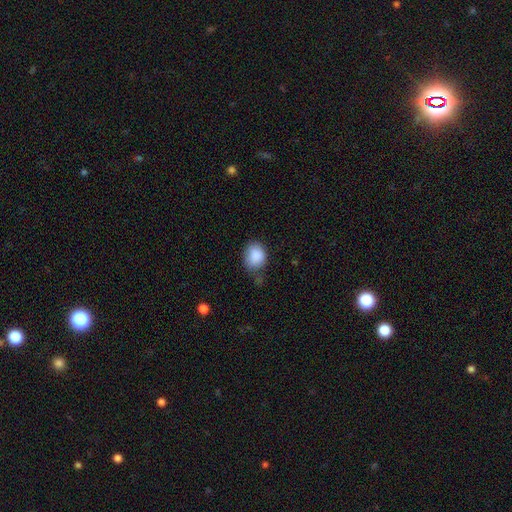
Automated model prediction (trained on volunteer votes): Smooth or featured? Predicted: smooth (p=0.88). How rounded? Predicted: in between (p=0.55). Merging? Predicted: none (p=0.59).